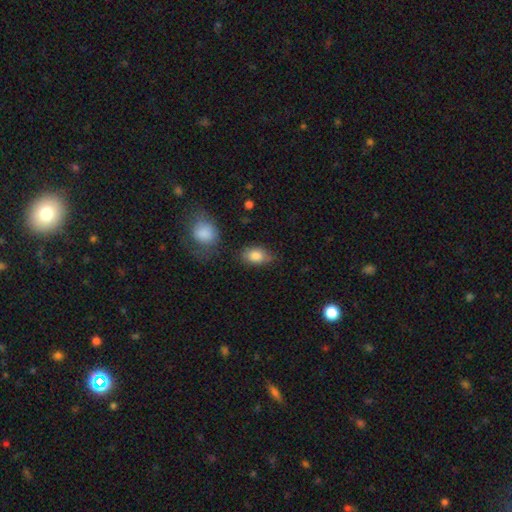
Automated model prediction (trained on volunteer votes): This appears to be a smooth galaxy with no disk features (85%) that is in between round and cigar-shaped (81%). Merging: none (69%).